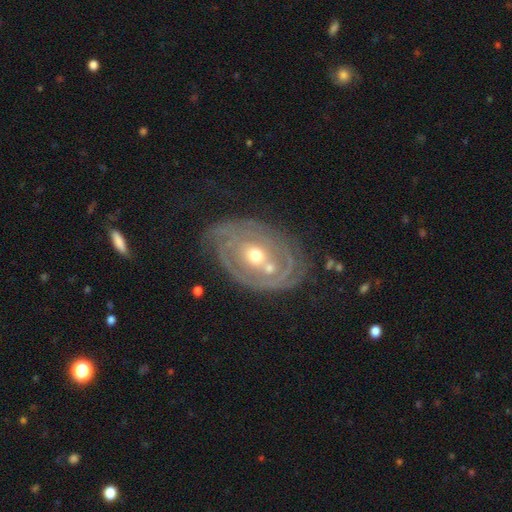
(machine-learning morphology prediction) A featured or disk galaxy (80%) with no bar (78%), tight (73%) spiral arms (79%) and a moderate central bulge (64%). Merging: none (60%).